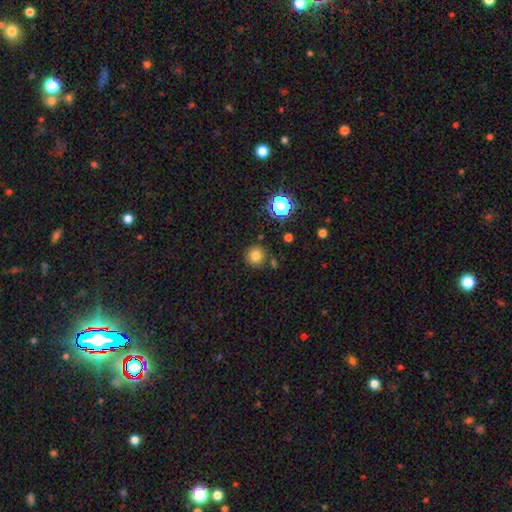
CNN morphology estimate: smooth-or-featured: smooth: 79% | star or artifact: 14% | featured or disk: 7%
  how-rounded: round: 94% | in between: 5% | cigar-shaped: 1%
  merging: none: 84% | minor disturbance: 9% | merger: 5% | major disturbance: 3%